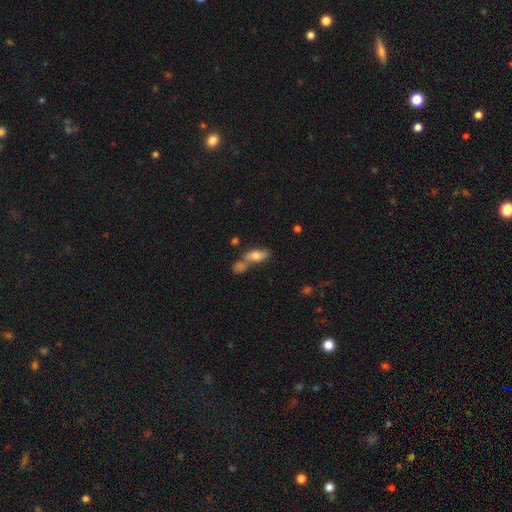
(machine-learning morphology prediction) This is likely a smooth galaxy (68%). How rounded: likely in between (73%). Merging: marginally none (43%).